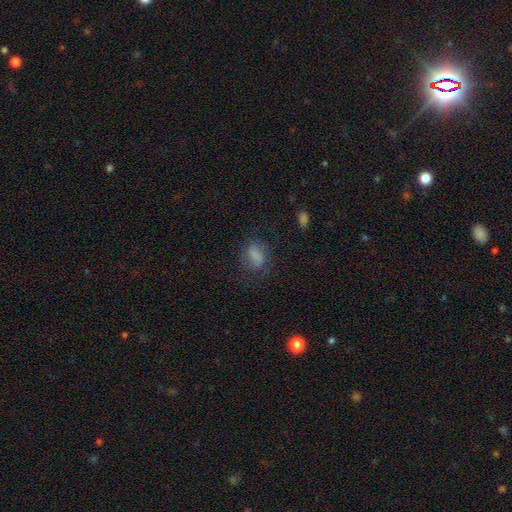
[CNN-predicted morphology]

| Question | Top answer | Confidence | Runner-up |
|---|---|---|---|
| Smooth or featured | smooth | 75% | featured or disk (13%) |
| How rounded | in between | 73% | round (23%) |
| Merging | none | 64% | minor disturbance (20%) |